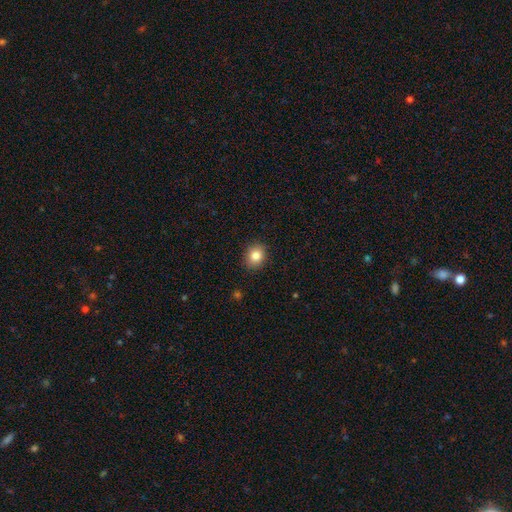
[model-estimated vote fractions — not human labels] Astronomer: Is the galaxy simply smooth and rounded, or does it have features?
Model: smooth — 84%.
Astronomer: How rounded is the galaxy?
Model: round — 61% (runner-up: in between, 38%).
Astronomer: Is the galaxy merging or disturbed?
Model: none — 89%.